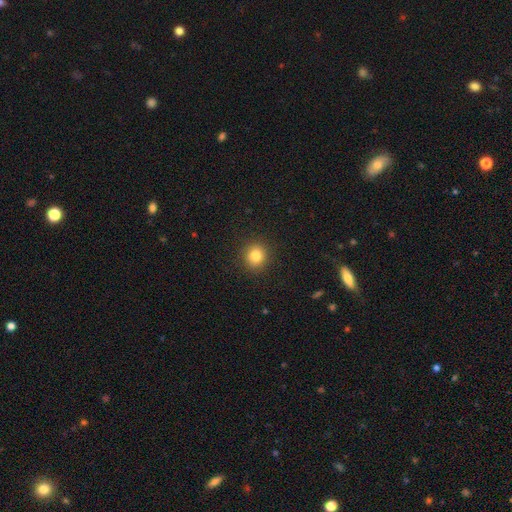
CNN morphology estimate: This appears to be a smooth galaxy with no disk features (83%) that is round (88%). Merging: none (91%).